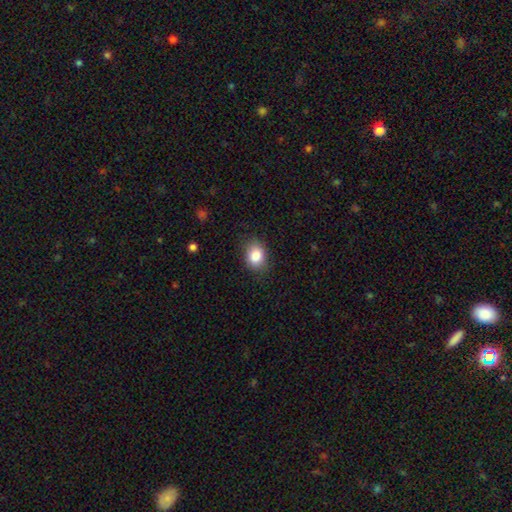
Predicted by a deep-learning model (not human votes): Q: Smooth or featured?
A: smooth (85%); runner-up: star or artifact (9%)
Q: How rounded?
A: in between (58%); runner-up: round (41%)
Q: Merging?
A: none (82%); runner-up: minor disturbance (14%)